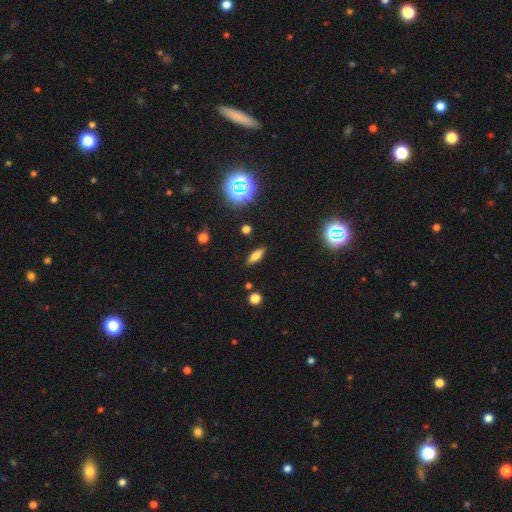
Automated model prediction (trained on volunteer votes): Overall: smooth (61%; featured or disk 24%). How rounded: in between (55%; cigar-shaped 41%). Merging: none (86%).